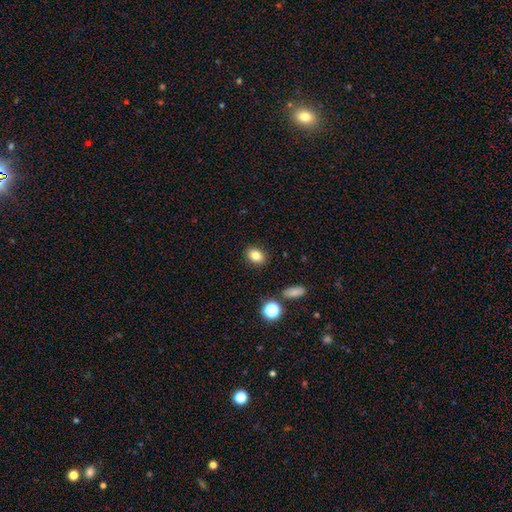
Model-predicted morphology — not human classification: This is clearly a smooth galaxy (81%). How rounded: likely in between (63%). Merging: clearly none (88%).